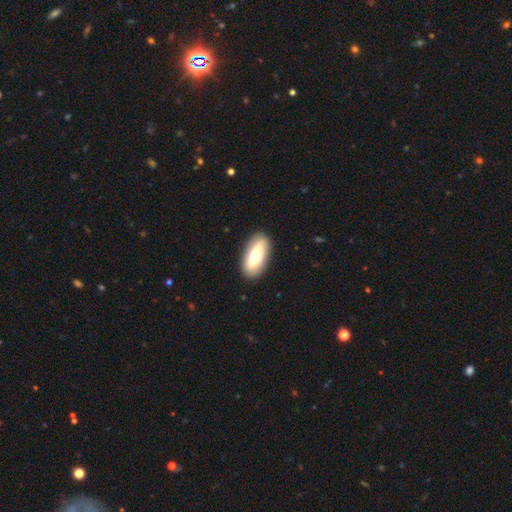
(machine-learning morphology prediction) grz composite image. It shows a smooth galaxy with no disk features (64%) that is in between round and cigar-shaped (87%). Merging: none (88%).